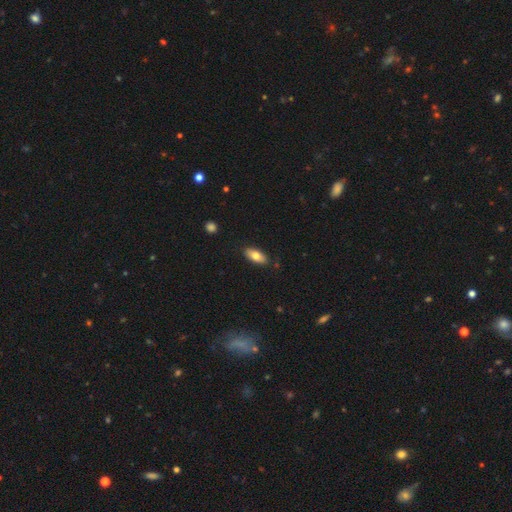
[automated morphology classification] Smooth or featured?
  - smooth: 78% *
  - featured or disk: 15%
  - star or artifact: 7%
How rounded?
  - in between: 87% *
  - cigar-shaped: 11%
  - round: 2%
Merging?
  - none: 86% *
  - minor disturbance: 11%
  - major disturbance: 2%
  - merger: 2%